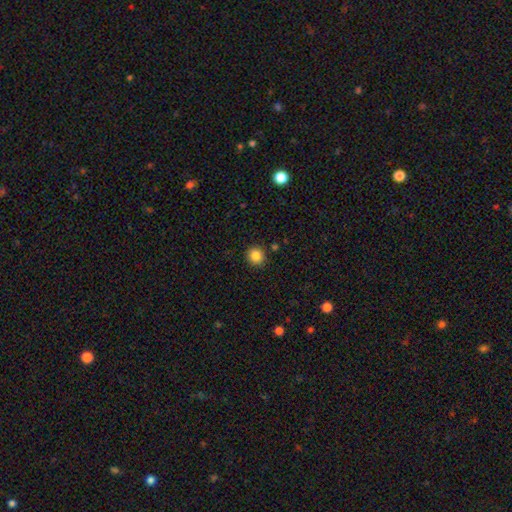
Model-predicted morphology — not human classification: smooth 85%, star or artifact 10%, featured or disk 4%. Down the decision tree: how rounded — round (91%); merging — none (90%).